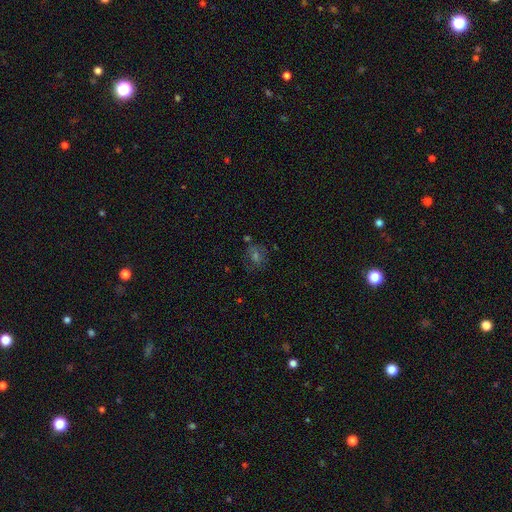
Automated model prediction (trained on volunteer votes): Morphology: type=smooth (36%); merging=none (72%).